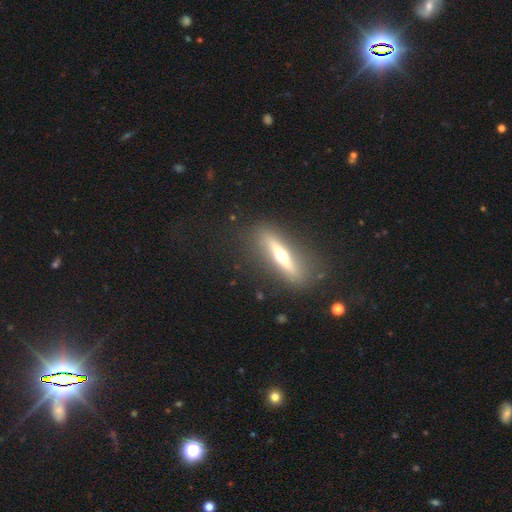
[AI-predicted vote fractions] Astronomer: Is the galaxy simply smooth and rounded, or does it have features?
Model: featured or disk — 61%.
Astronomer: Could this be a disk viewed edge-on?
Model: yes — 79%.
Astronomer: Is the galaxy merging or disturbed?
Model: none — 75%.